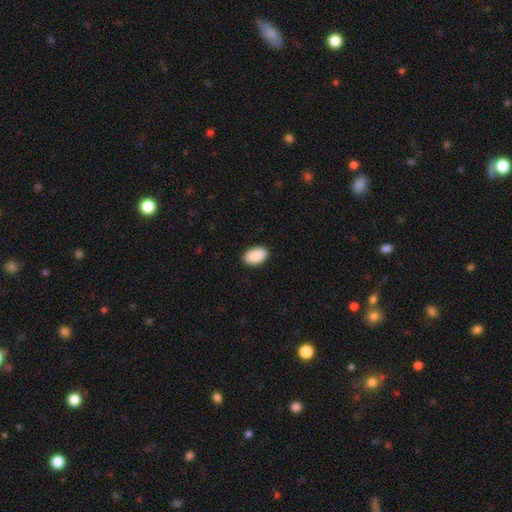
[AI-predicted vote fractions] smooth-or-featured: smooth: 91% | star or artifact: 6% | featured or disk: 3%
  how-rounded: in between: 94% | round: 5% | cigar-shaped: 1%
  merging: none: 90% | minor disturbance: 8% | major disturbance: 2% | merger: 1%